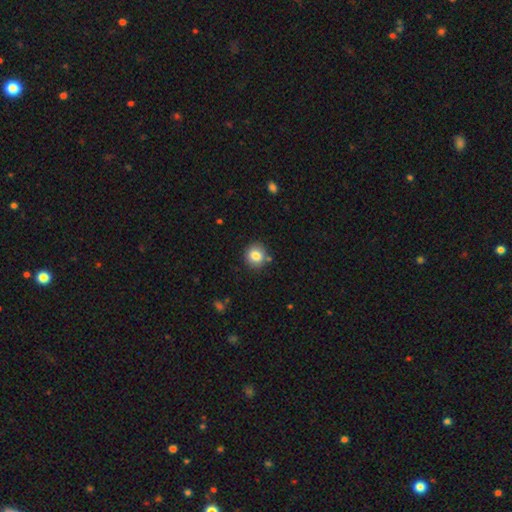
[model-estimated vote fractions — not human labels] Smooth or featured? smooth (82%)
How rounded? round (87%)
Merging? none (85%)